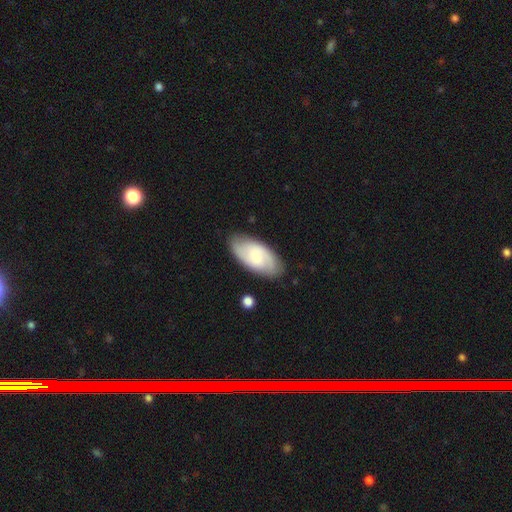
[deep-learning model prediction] Smooth or featured: smooth — 48% (featured or disk — 45%)
Merging: none — 82% (minor disturbance — 13%)